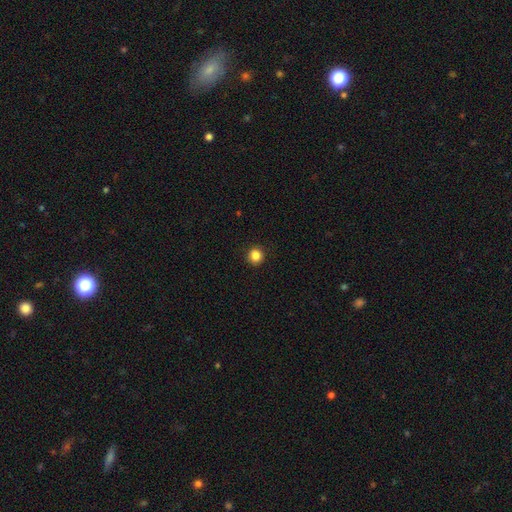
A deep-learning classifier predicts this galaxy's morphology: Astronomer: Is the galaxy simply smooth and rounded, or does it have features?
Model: smooth — 86%.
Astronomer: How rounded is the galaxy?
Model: round — 92%.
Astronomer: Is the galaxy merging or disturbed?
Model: none — 92%.